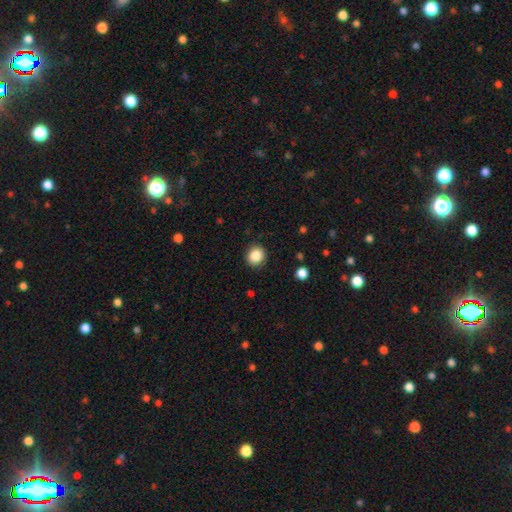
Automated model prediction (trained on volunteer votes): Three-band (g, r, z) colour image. It shows a smooth galaxy with no disk features (86%) that is round (86%). Merging: none (89%).